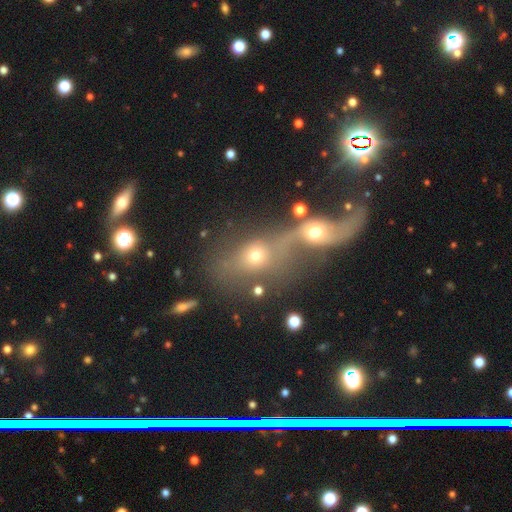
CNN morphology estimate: Smooth or featured? smooth (52%)
How rounded? in between (50%)
Merging? merger (72%)